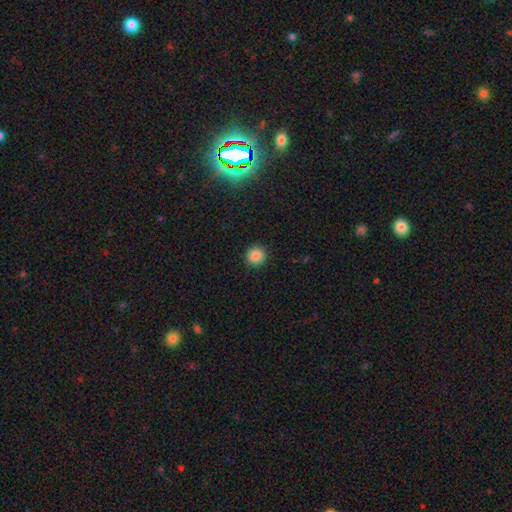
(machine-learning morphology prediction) The model was most divided on "smooth or featured": smooth: 86%, star or artifact: 10%, featured or disk: 4%. More confident: how rounded — round (94%); merging — none (92%).